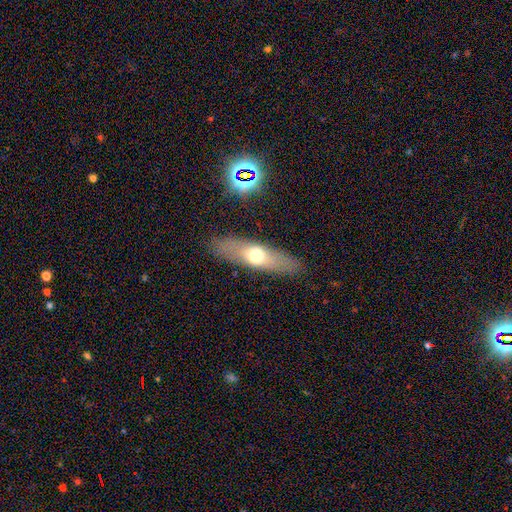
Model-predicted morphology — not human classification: This appears to be a smooth galaxy with no disk features (56%) that is cigar-shaped (55%). Merging: none (87%).